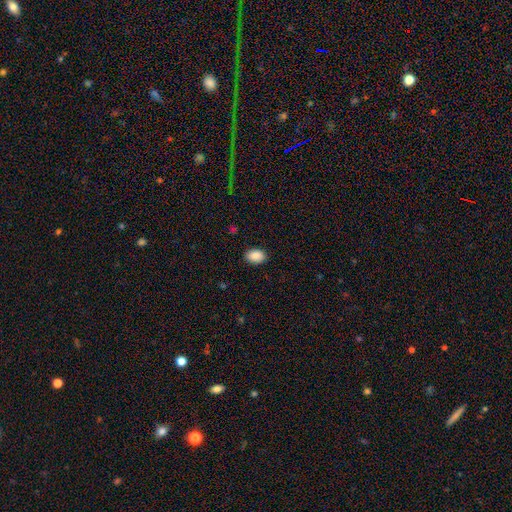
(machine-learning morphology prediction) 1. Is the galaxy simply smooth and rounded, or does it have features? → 89% smooth, 7% star or artifact, 4% featured or disk.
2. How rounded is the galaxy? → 85% in between, 14% round, 1% cigar-shaped.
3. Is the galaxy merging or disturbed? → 89% none, 8% minor disturbance, 2% major disturbance, 1% merger.